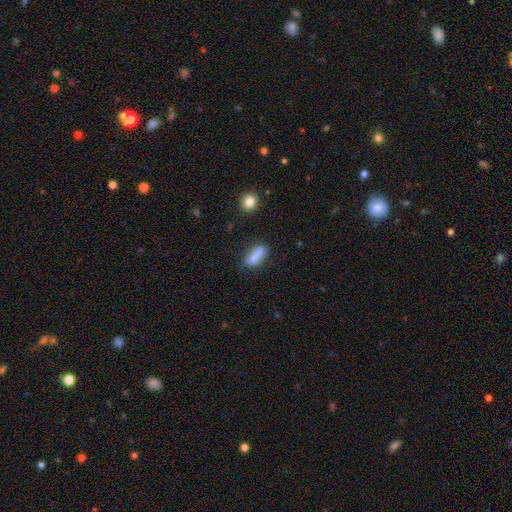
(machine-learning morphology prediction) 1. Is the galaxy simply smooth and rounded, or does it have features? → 78% smooth, 14% featured or disk, 8% star or artifact.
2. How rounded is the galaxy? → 48% in between (tied), 48% cigar-shaped (tied), 3% round.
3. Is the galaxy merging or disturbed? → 72% none, 18% minor disturbance, 6% major disturbance, 4% merger.